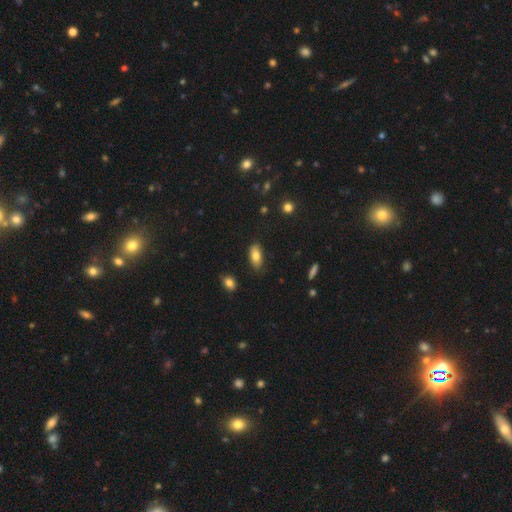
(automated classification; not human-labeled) The model was most divided on "merging": none: 79%, minor disturbance: 16%, major disturbance: 3%, merger: 2%. More confident: how rounded — in between (87%); smooth or featured — smooth (80%).